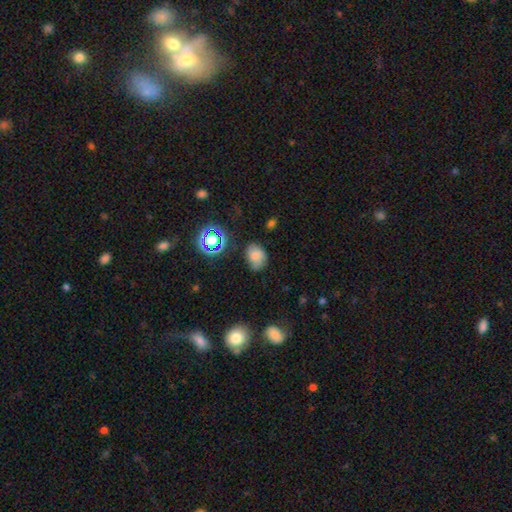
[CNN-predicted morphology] A smooth galaxy with no disk features (71%) that is in between round and cigar-shaped (63%).

Vote fractions:
- Smooth or featured? smooth: 71% / star or artifact: 16% / featured or disk: 12%
- How rounded? in between: 63% / round: 36% / cigar-shaped: 1%
- Merging? none: 58% / minor disturbance: 30% / major disturbance: 9% / merger: 3%